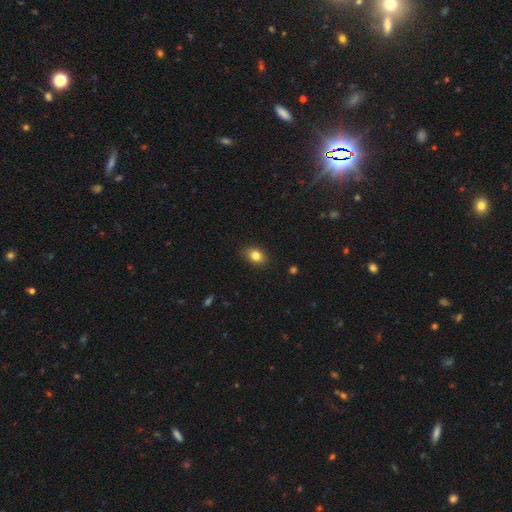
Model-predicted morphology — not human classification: Q: Smooth or featured?
A: smooth (82%); runner-up: star or artifact (10%)
Q: How rounded?
A: in between (67%); runner-up: round (32%)
Q: Merging?
A: none (85%); runner-up: minor disturbance (12%)